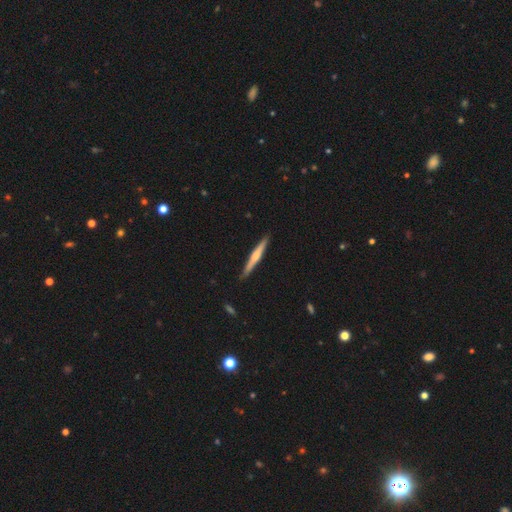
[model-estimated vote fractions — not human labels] Smooth or featured? featured or disk (51%)
Edge-on disk? yes (97%)
Edge-on bulge? rounded (54%)
Merging? none (90%)